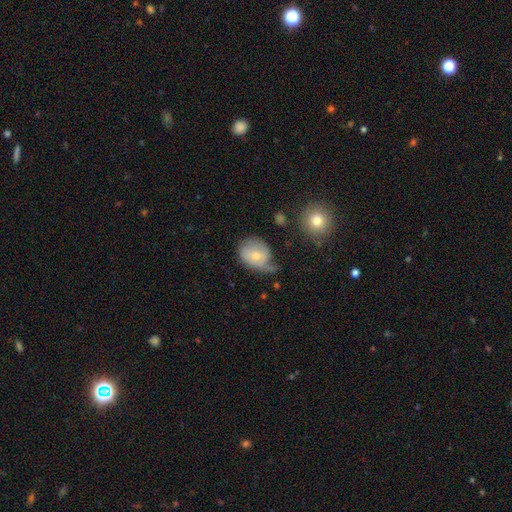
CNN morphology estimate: Smooth or featured?
  - smooth: 57% *
  - featured or disk: 36%
  - star or artifact: 8%
How rounded?
  - round: 54% *
  - in between: 45%
  - cigar-shaped: 1%
Merging?
  - minor disturbance: 37% *
  - none: 31%
  - major disturbance: 27%
  - merger: 5%